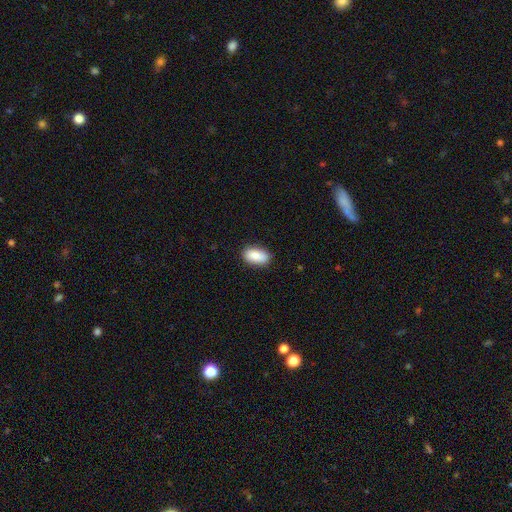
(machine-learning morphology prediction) A smooth galaxy with no disk features (86%) that is in between round and cigar-shaped (92%). Merging: none (86%).